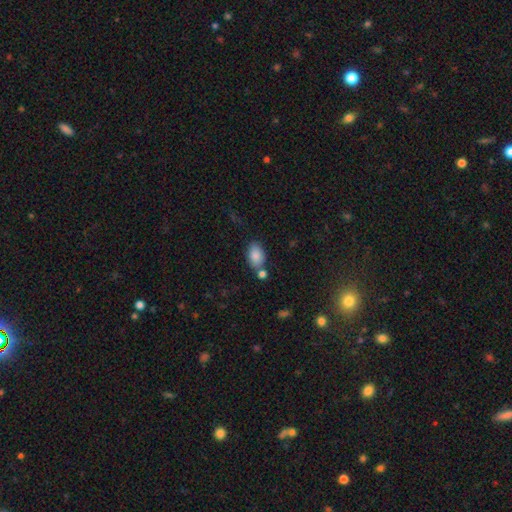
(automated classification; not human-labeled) The model was most divided on "merging": none: 66%, merger: 16%, minor disturbance: 14%, major disturbance: 4%. More confident: how rounded — in between (89%); smooth or featured — smooth (86%).